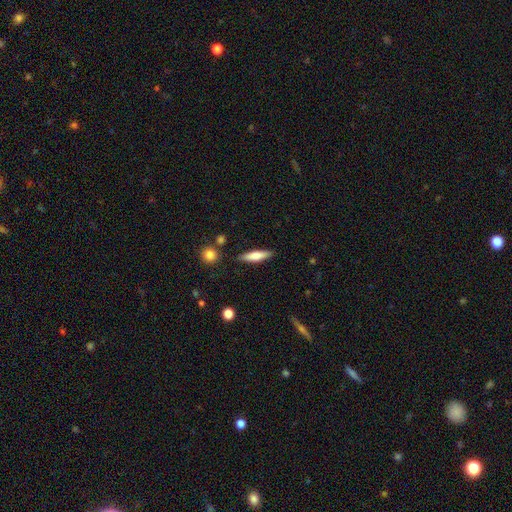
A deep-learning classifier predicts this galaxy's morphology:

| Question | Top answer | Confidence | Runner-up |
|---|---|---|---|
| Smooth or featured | smooth | 68% | featured or disk (26%) |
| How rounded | cigar-shaped | 72% | in between (26%) |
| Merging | none | 86% | minor disturbance (9%) |